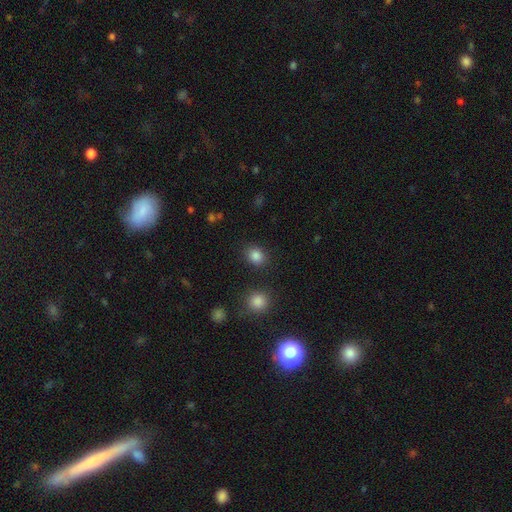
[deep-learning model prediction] Smooth or featured: smooth — 85% (star or artifact — 10%)
How rounded: round — 60% (in between — 39%)
Merging: none — 85% (minor disturbance — 8%)